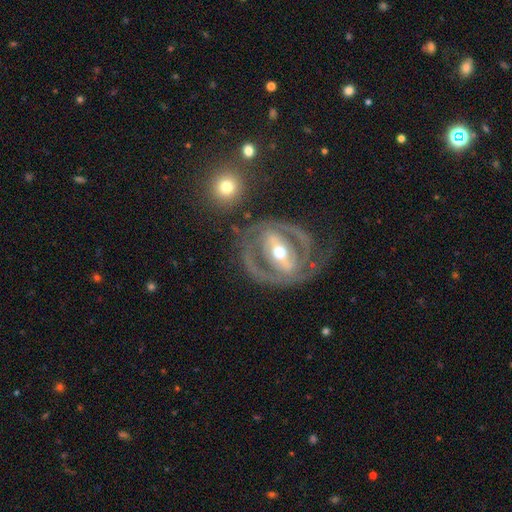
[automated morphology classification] Overall: featured or disk (83%). Edge-on disk: no (92%). Bar: strong (65%). Spiral arms: yes (72%). Spiral arm count: 2 (61%). Spiral winding: tight (48%; medium 37%). Bulge size: moderate (56%; small 39%). Merging: none (60%).